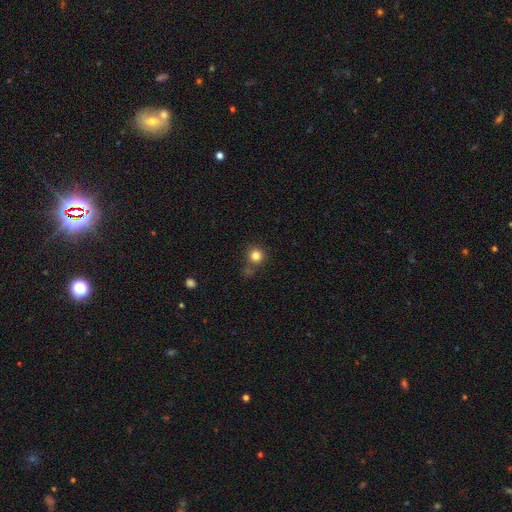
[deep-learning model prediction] Smooth or featured? smooth (82%)
How rounded? round (93%)
Merging? none (73%)